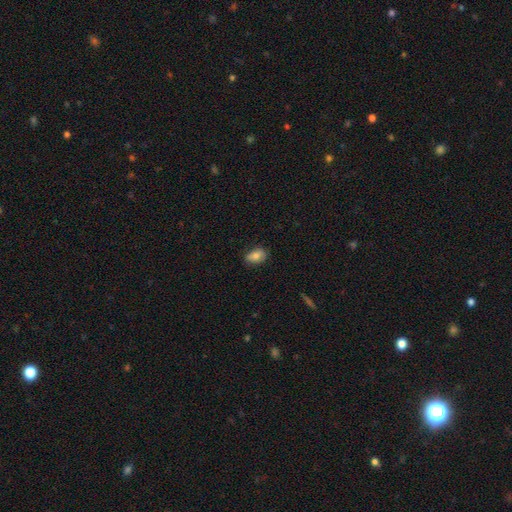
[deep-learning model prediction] The model was most divided on "merging": none: 76%, minor disturbance: 20%, major disturbance: 3%, merger: 1%. More confident: how rounded — in between (86%); smooth or featured — smooth (78%).